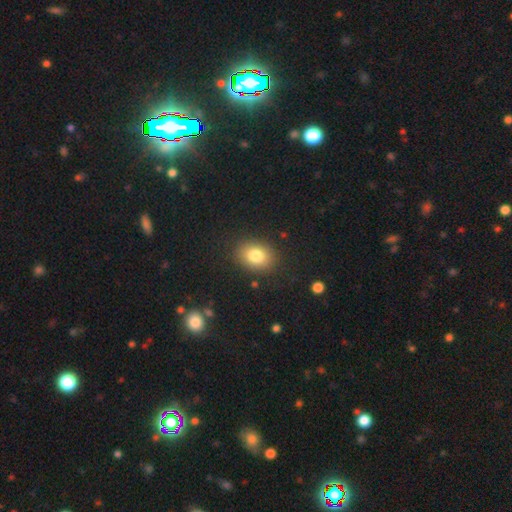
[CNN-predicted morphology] Overall: smooth (81%). How rounded: in between (63%; round 36%). Merging: none (87%).